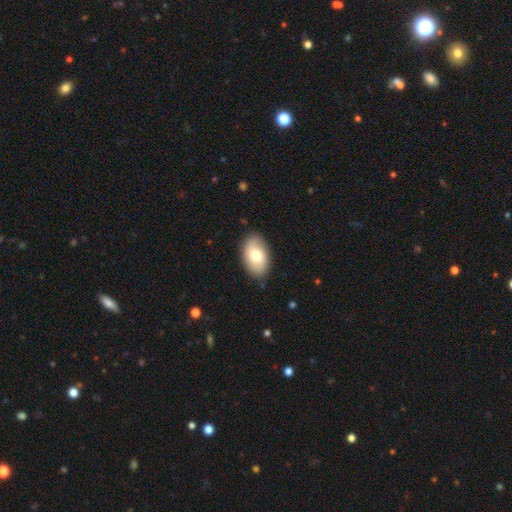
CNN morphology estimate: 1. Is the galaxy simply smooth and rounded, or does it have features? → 74% smooth, 20% featured or disk, 6% star or artifact.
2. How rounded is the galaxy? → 92% in between, 7% round, 1% cigar-shaped.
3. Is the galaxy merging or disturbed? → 83% none, 13% minor disturbance, 3% major disturbance, 1% merger.